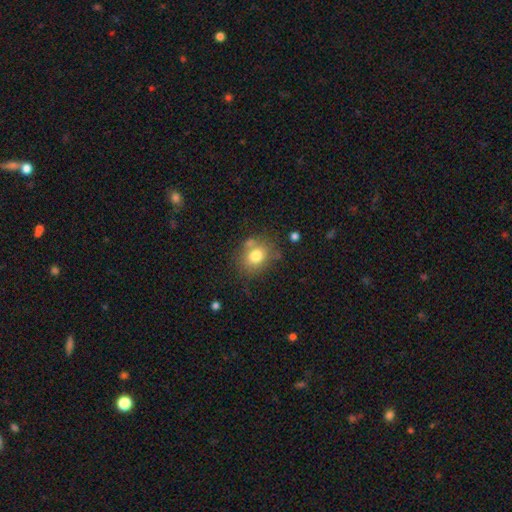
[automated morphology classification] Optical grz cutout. It shows a smooth galaxy with no disk features (77%) that is round (64%). Merging: none (66%).